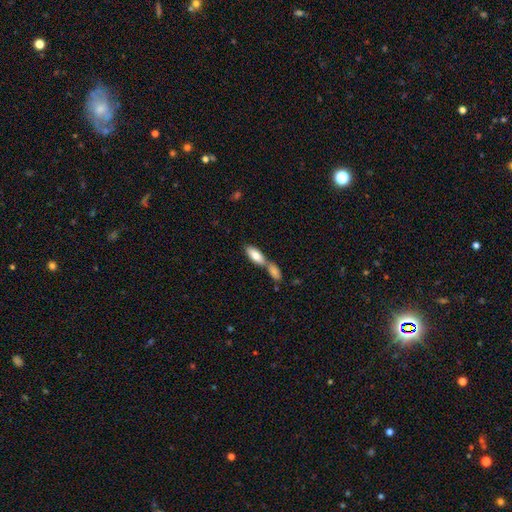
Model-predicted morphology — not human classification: smooth-or-featured: smooth: 79% | featured or disk: 15% | star or artifact: 6%
  how-rounded: in between: 74% | cigar-shaped: 24% | round: 2%
  merging: merger: 62% | none: 27% | minor disturbance: 8% | major disturbance: 3%